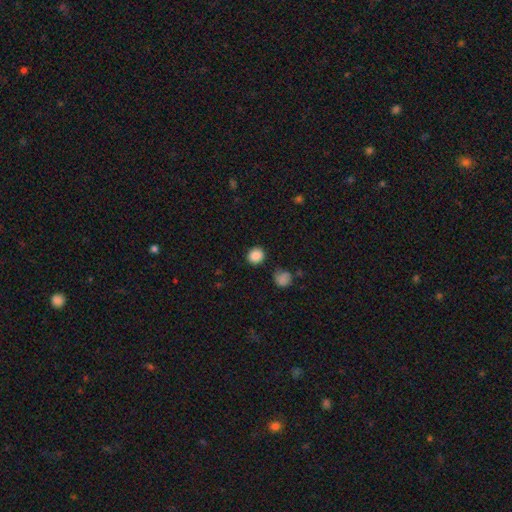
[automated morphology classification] Q: Smooth or featured?
A: smooth (86%); runner-up: star or artifact (10%)
Q: How rounded?
A: round (86%); runner-up: in between (13%)
Q: Merging?
A: none (86%); runner-up: minor disturbance (9%)